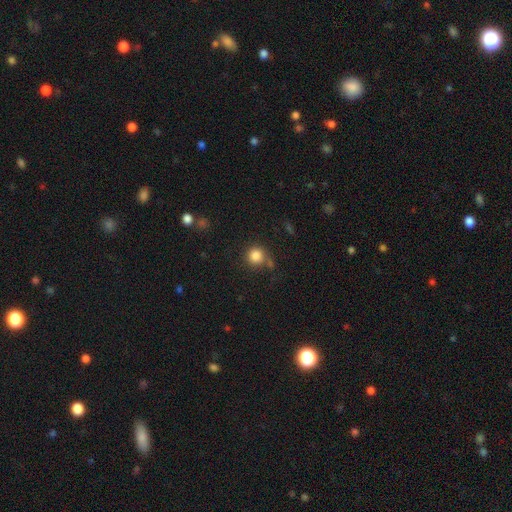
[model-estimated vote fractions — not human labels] Smooth or featured?
  - smooth: 84% *
  - star or artifact: 11%
  - featured or disk: 5%
How rounded?
  - round: 92% *
  - in between: 7%
  - cigar-shaped: 1%
Merging?
  - none: 72% *
  - minor disturbance: 14%
  - merger: 9%
  - major disturbance: 5%